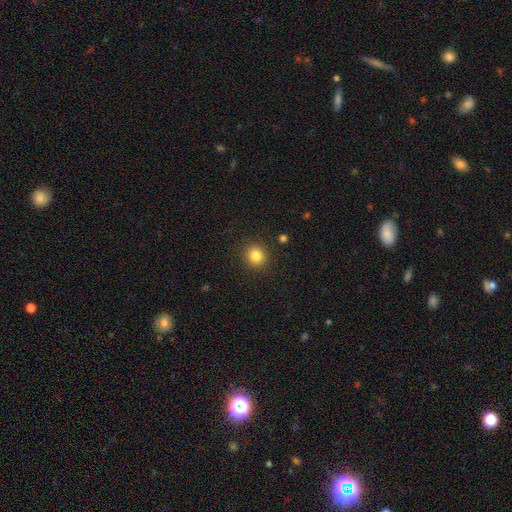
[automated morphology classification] Q: Smooth or featured?
A: smooth (84%); runner-up: star or artifact (11%)
Q: How rounded?
A: round (87%); runner-up: in between (12%)
Q: Merging?
A: none (90%); runner-up: minor disturbance (6%)